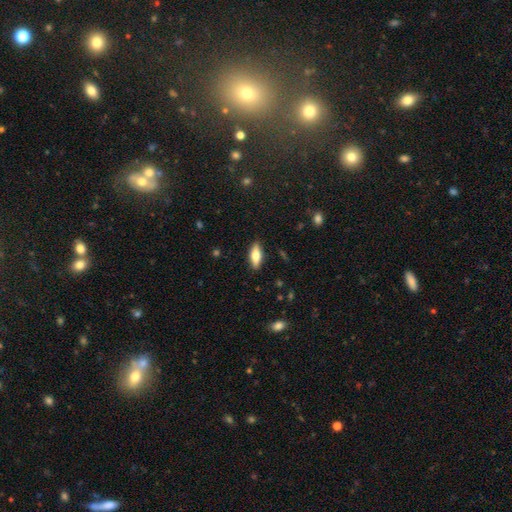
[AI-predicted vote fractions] smooth_or_featured: smooth (p=0.68) [alt: featured or disk p=0.26]
how_rounded: in between (p=0.69) [alt: cigar-shaped p=0.28]
merging: none (p=0.88) [alt: minor disturbance p=0.09]